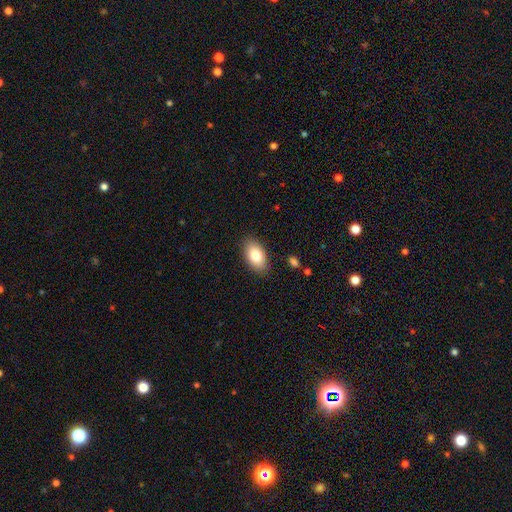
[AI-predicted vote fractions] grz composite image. It shows a smooth galaxy with no disk features (82%) that is in between round and cigar-shaped (93%). Merging: none (87%).